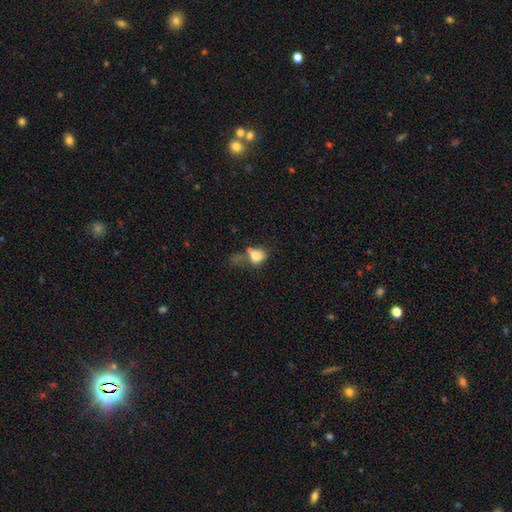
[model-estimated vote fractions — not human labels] Q: Smooth or featured?
A: smooth (76%); runner-up: featured or disk (12%)
Q: How rounded?
A: in between (51%); runner-up: round (48%)
Q: Merging?
A: merger (30%); runner-up: none (27%)